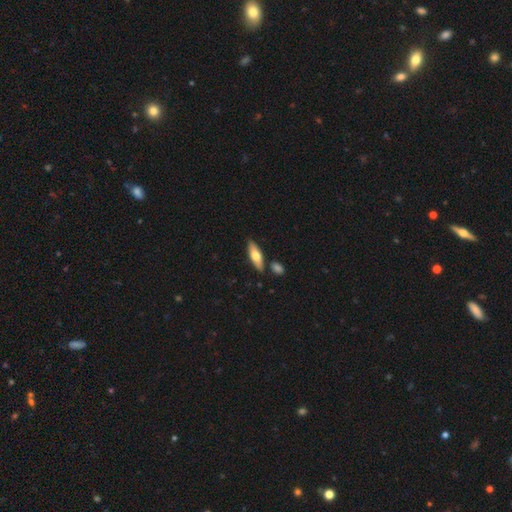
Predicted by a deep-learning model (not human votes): This appears to be a smooth galaxy with no disk features (61%) that is in between round and cigar-shaped (54%). Merging: none (80%).